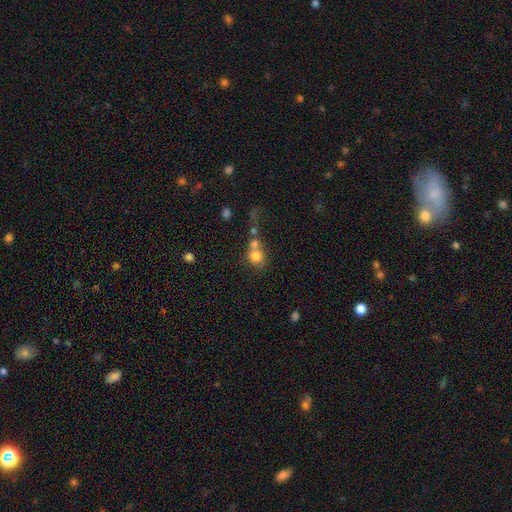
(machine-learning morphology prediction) smooth 76%, featured or disk 13%, star or artifact 11%. Down the decision tree: how rounded — round (82%); merging — merger (53%).